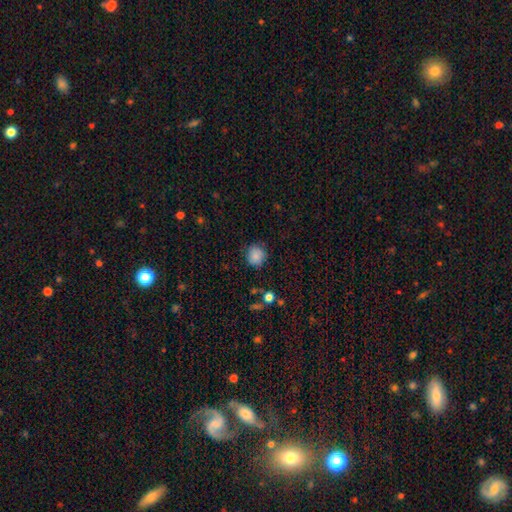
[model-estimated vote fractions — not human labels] A smooth galaxy with no disk features (85%) that is round (85%).

Vote fractions:
- Smooth or featured? smooth: 85% / star or artifact: 10% / featured or disk: 5%
- How rounded? round: 85% / in between: 14% / cigar-shaped: 1%
- Merging? none: 80% / minor disturbance: 14% / major disturbance: 4% / merger: 2%